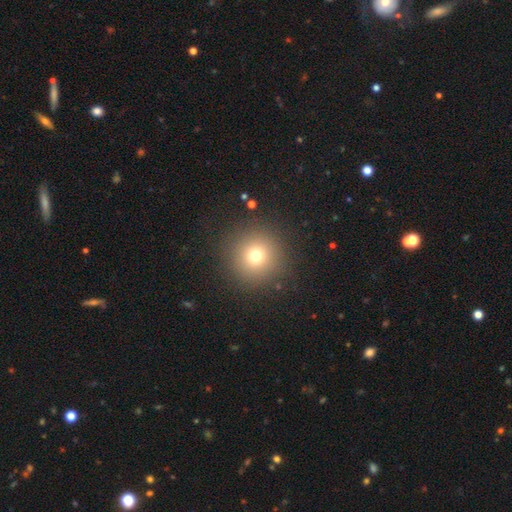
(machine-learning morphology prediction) Smooth or featured?
  - smooth: 72% *
  - star or artifact: 17%
  - featured or disk: 10%
How rounded?
  - round: 96% *
  - in between: 4%
  - cigar-shaped: 1%
Merging?
  - none: 89% *
  - minor disturbance: 6%
  - major disturbance: 3%
  - merger: 1%